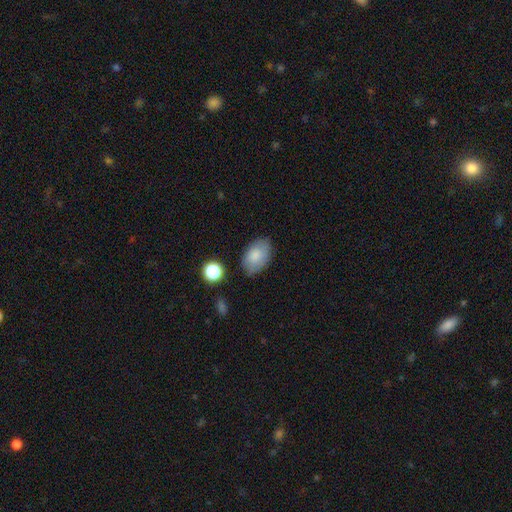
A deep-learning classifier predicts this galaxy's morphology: This appears to be a smooth galaxy with no disk features (82%) that is in between round and cigar-shaped (89%). Merging: none (76%).